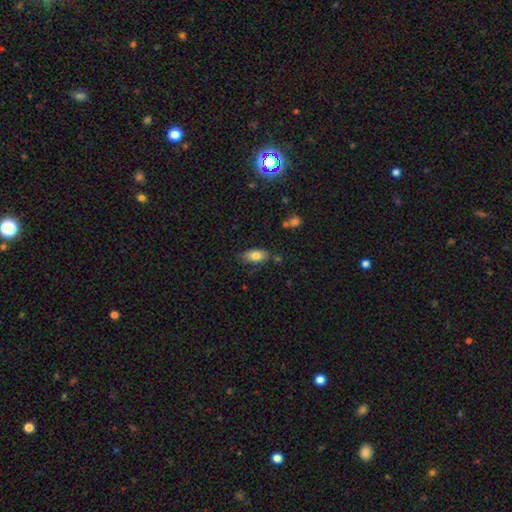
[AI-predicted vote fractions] smooth 80%, featured or disk 12%, star or artifact 8%. Down the decision tree: how rounded — in between (90%); merging — none (72%).